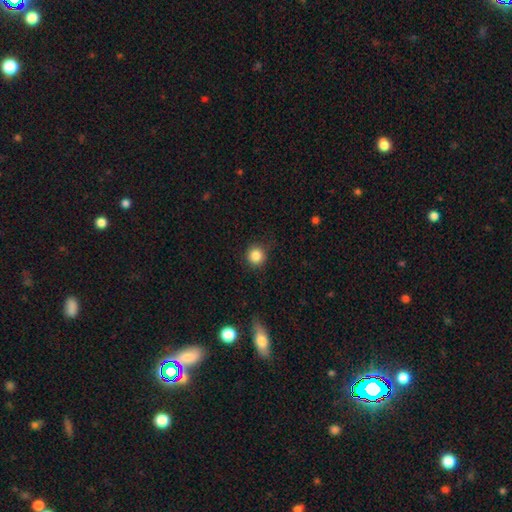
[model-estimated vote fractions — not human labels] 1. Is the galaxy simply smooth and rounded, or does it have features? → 85% smooth, 11% star or artifact, 4% featured or disk.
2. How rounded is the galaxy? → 93% round, 6% in between, 1% cigar-shaped.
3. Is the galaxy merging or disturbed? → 85% none, 10% minor disturbance, 3% major disturbance, 1% merger.